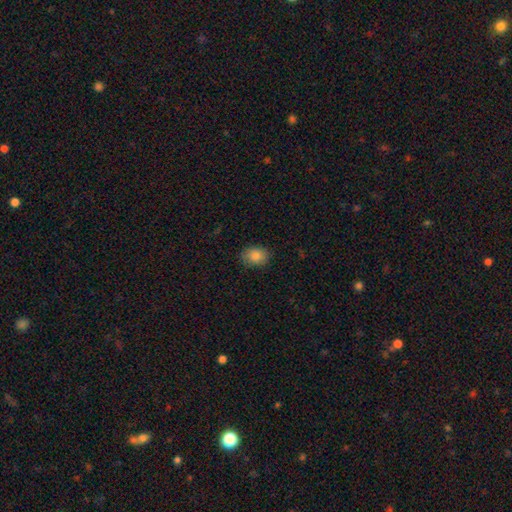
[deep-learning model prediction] A smooth galaxy with no disk features (84%) that is in between round and cigar-shaped (64%).

Vote fractions:
- Smooth or featured? smooth: 84% / star or artifact: 9% / featured or disk: 7%
- How rounded? in between: 64% / round: 35% / cigar-shaped: 1%
- Merging? none: 85% / minor disturbance: 12% / major disturbance: 2% / merger: 1%